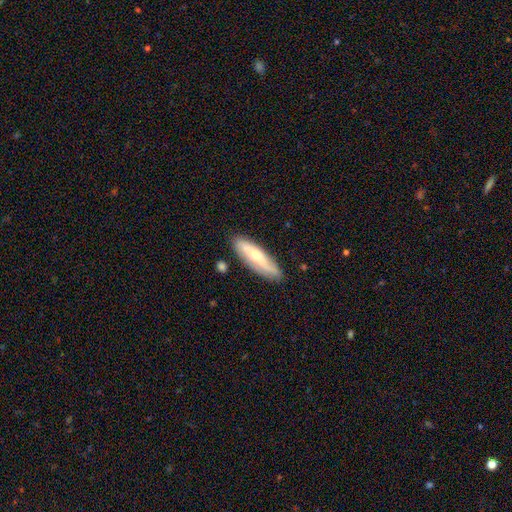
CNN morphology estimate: smooth-or-featured: smooth: 49% | featured or disk: 45% | star or artifact: 6%
  merging: none: 78% | minor disturbance: 16% | major disturbance: 3% | merger: 3%